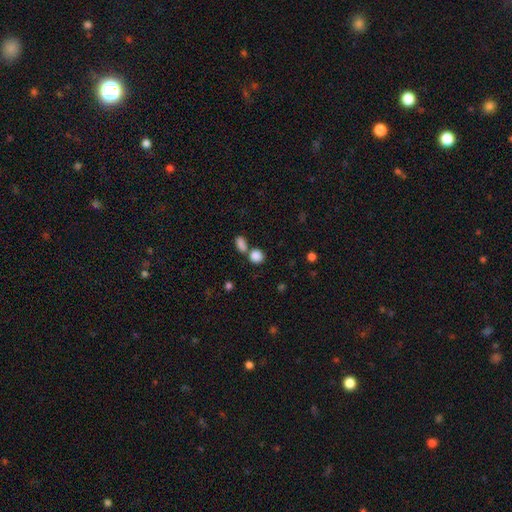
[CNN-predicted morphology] A smooth galaxy with no disk features (85%) that is round (70%).

Vote fractions:
- Smooth or featured? smooth: 85% / star or artifact: 10% / featured or disk: 5%
- How rounded? round: 70% / in between: 28% / cigar-shaped: 2%
- Merging? none: 50% / merger: 38% / minor disturbance: 8% / major disturbance: 4%